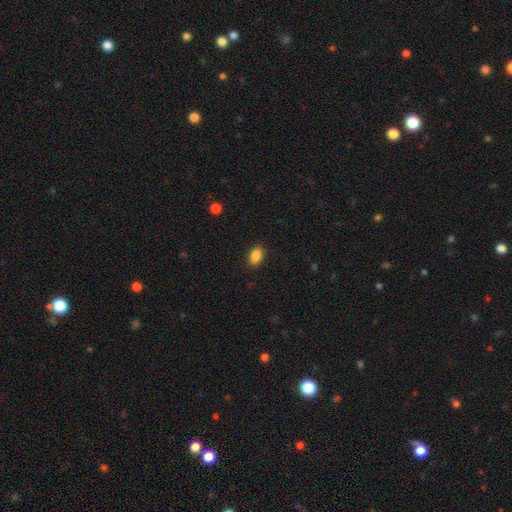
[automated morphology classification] Smooth or featured? smooth (89%)
How rounded? in between (89%)
Merging? none (89%)